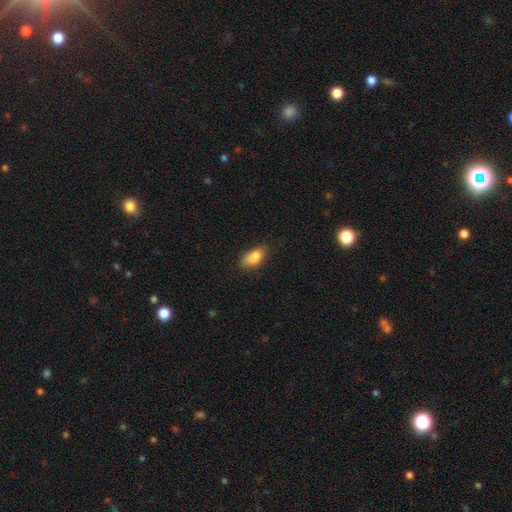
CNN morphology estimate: Smooth or featured: smooth — 85% (star or artifact — 8%)
How rounded: in between — 89% (cigar-shaped — 6%)
Merging: none — 62% (minor disturbance — 29%)